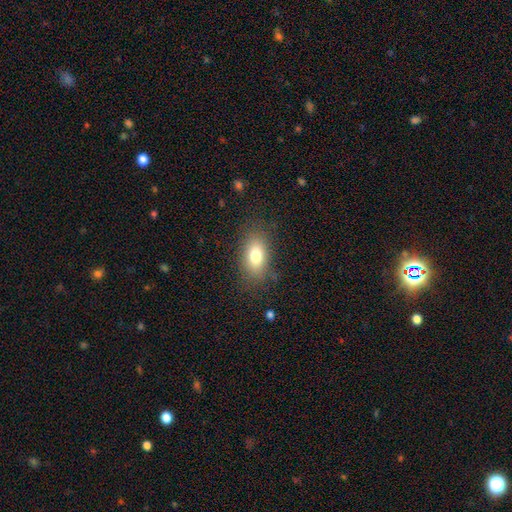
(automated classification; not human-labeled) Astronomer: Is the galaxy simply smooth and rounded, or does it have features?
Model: smooth — 78%.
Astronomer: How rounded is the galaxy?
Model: in between — 87%.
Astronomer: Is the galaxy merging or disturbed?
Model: none — 81%.